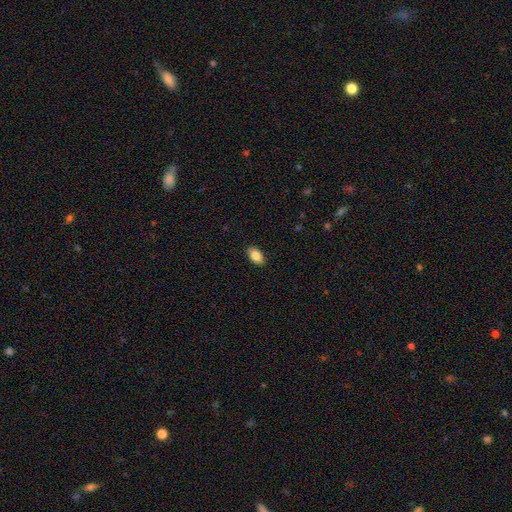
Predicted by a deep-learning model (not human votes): This appears to be a smooth galaxy with no disk features (87%) that is in between round and cigar-shaped (93%). Merging: none (89%).